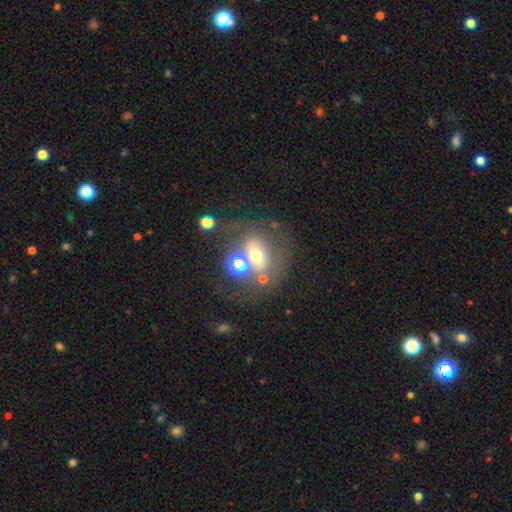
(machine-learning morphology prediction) type=smooth (47%); merging=none (48%).